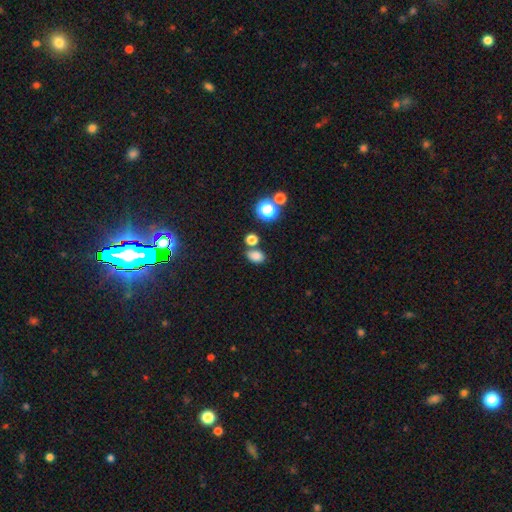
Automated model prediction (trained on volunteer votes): Smooth or featured?
  - smooth: 80% *
  - star or artifact: 15%
  - featured or disk: 5%
How rounded?
  - in between: 73% *
  - round: 26%
  - cigar-shaped: 1%
Merging?
  - none: 67% *
  - merger: 15%
  - minor disturbance: 13%
  - major disturbance: 4%